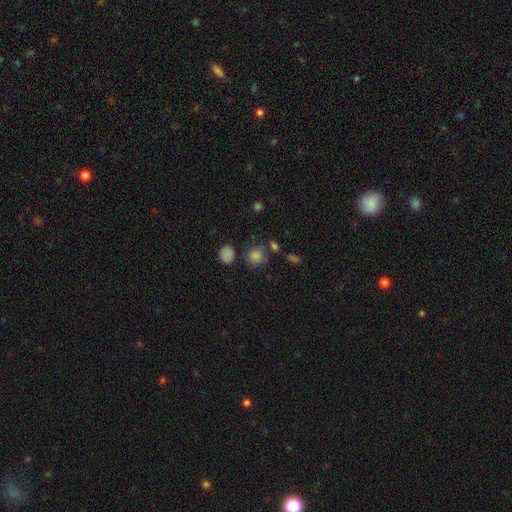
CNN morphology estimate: smooth 75%, star or artifact 18%, featured or disk 6%. Down the decision tree: how rounded — round (81%); merging — none (72%).